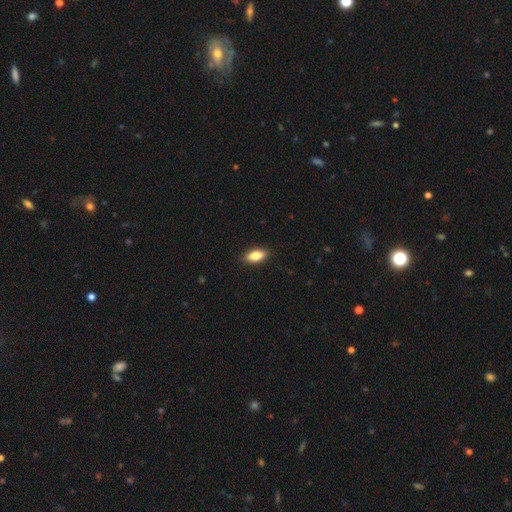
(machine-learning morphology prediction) Smooth or featured?
  - smooth: 83% *
  - featured or disk: 10%
  - star or artifact: 7%
How rounded?
  - in between: 85% *
  - cigar-shaped: 11%
  - round: 3%
Merging?
  - none: 89% *
  - minor disturbance: 8%
  - major disturbance: 2%
  - merger: 1%